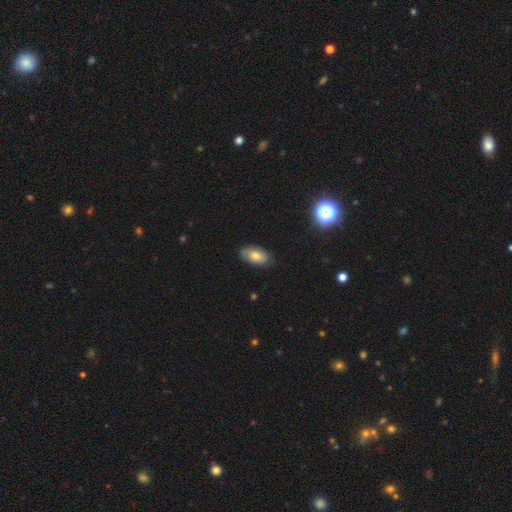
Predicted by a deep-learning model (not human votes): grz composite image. It shows a smooth galaxy with no disk features (68%) that is in between round and cigar-shaped (93%). Merging: none (80%).